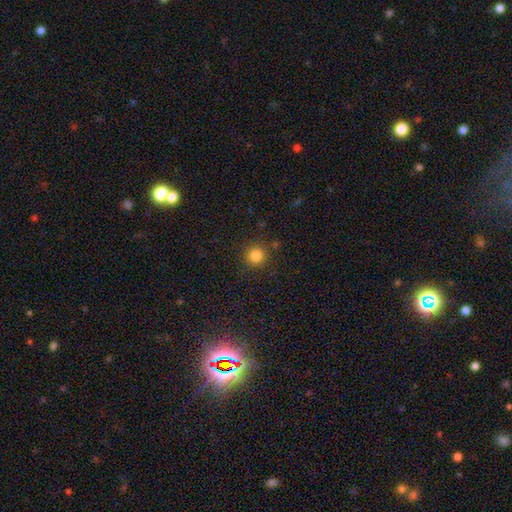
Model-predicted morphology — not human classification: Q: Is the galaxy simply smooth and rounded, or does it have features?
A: smooth — 83%.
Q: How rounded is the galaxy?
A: round — 94%.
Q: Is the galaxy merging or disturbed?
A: none — 88%.